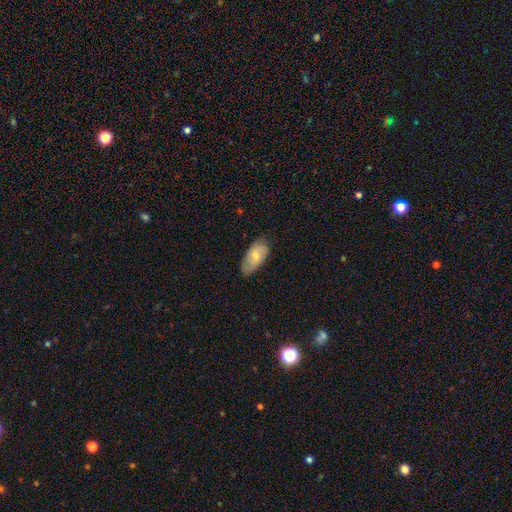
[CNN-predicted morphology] smooth 62%, featured or disk 32%, star or artifact 6%. Down the decision tree: how rounded — in between (92%); merging — none (71%).